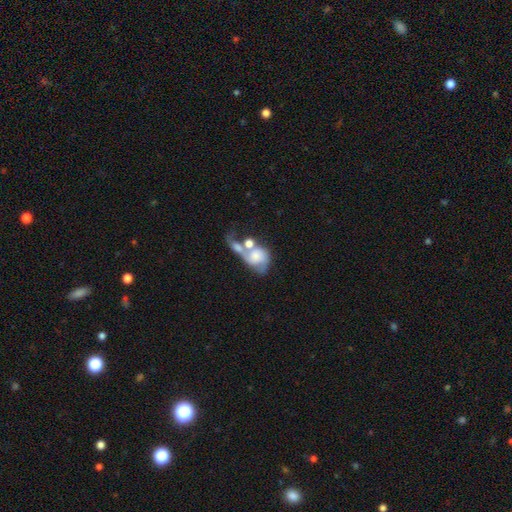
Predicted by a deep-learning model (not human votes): Morphology: type=featured or disk (50%); edge-on=no (96%); merging=merger (57%).